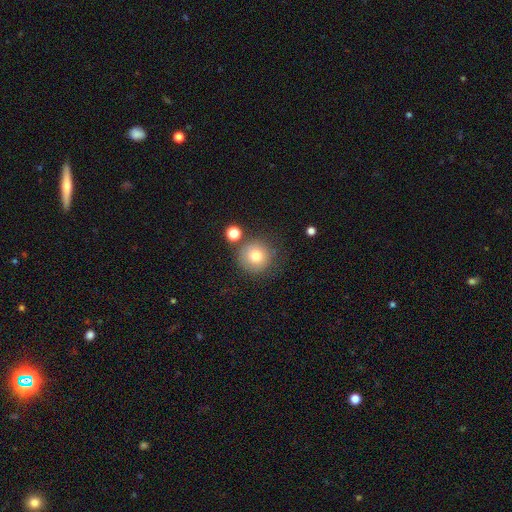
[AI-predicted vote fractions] Smooth or featured: smooth — 76% (featured or disk — 13%)
How rounded: round — 95% (in between — 4%)
Merging: none — 76% (minor disturbance — 11%)